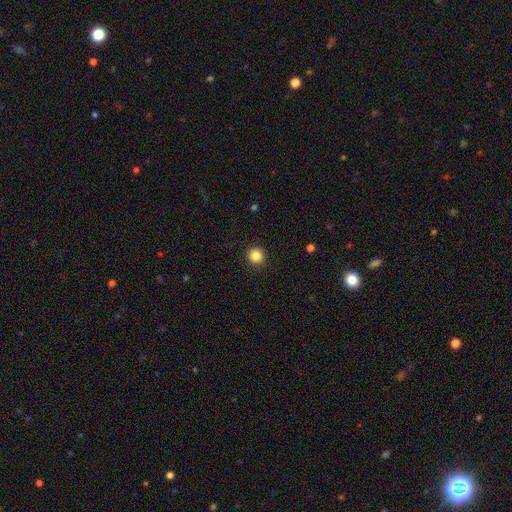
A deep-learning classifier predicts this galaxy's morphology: Smooth or featured?
  - smooth: 85% *
  - star or artifact: 11%
  - featured or disk: 4%
How rounded?
  - round: 94% *
  - in between: 5%
  - cigar-shaped: 1%
Merging?
  - none: 93% *
  - minor disturbance: 5%
  - major disturbance: 2%
  - merger: 1%